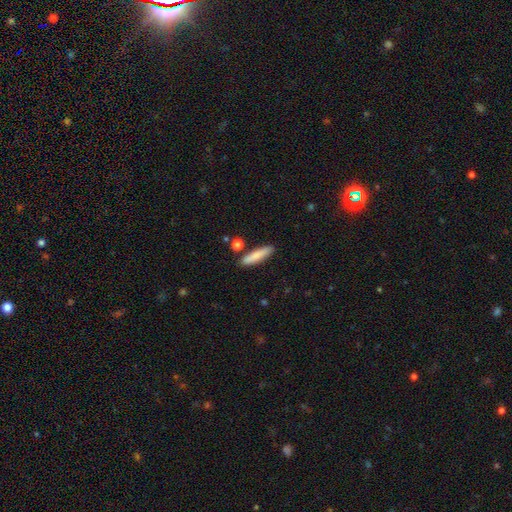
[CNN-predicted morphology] Smooth or featured? smooth (80%)
How rounded? cigar-shaped (80%)
Merging? none (84%)